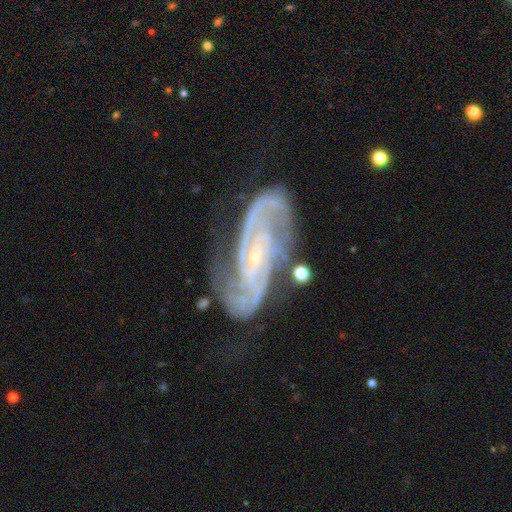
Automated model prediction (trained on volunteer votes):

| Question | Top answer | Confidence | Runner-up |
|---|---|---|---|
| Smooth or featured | featured or disk | 91% | star or artifact (5%) |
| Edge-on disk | no | 96% | yes (4%) |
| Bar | no | 44% | weak (34%) |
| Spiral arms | yes | 98% | no (2%) |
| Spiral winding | tight | 50% | medium (41%) |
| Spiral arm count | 2 | 74% | 3 (10%) |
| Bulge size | small | 83% | moderate (10%) |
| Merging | none | 67% | minor disturbance (20%) |